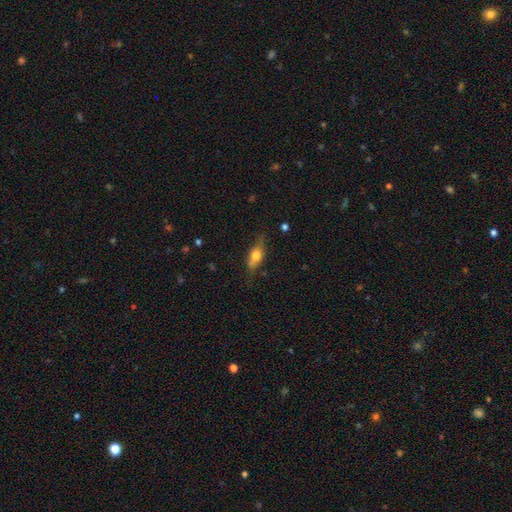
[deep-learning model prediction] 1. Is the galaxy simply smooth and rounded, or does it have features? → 56% smooth, 36% featured or disk, 8% star or artifact.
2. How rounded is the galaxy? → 65% in between, 27% cigar-shaped, 8% round.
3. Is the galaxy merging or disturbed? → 68% none, 23% minor disturbance, 7% major disturbance, 3% merger.